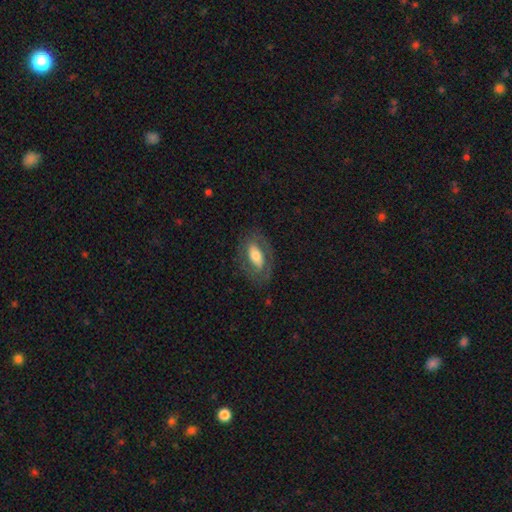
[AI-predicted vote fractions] smooth_or_featured: featured or disk (p=0.49) [alt: smooth p=0.45]
merging: none (p=0.75) [alt: minor disturbance p=0.15]